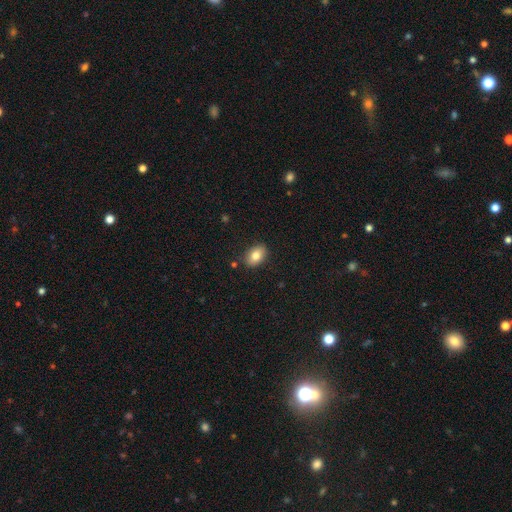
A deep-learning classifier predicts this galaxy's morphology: A smooth galaxy with no disk features (82%) that is in between round and cigar-shaped (84%). Merging: none (86%).